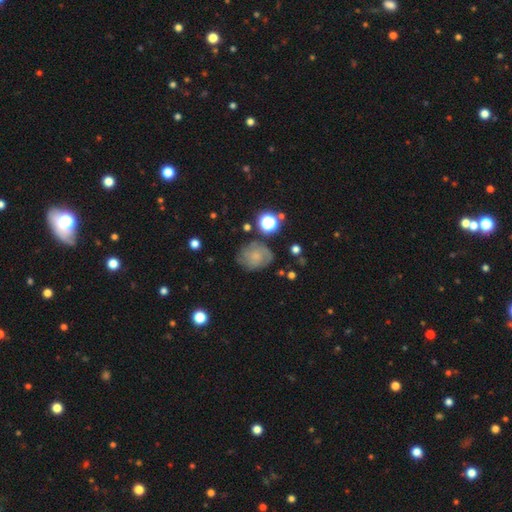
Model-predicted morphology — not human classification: featured or disk 51%, smooth 37%, star or artifact 12%. Down the decision tree: edge-on disk — no (97%); merging — none (67%).